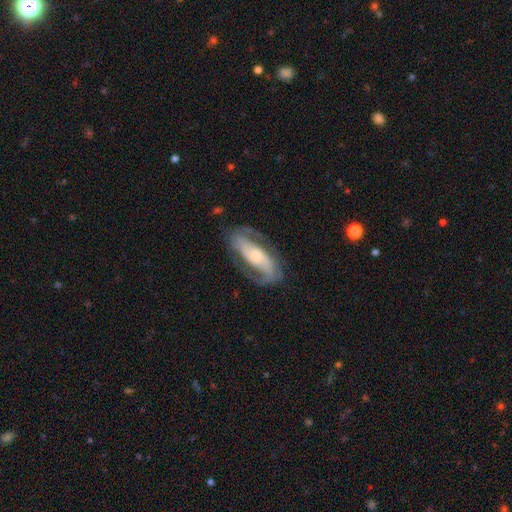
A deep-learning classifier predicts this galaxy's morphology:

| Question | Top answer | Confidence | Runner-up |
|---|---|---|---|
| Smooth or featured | featured or disk | 84% | smooth (11%) |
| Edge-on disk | no | 93% | yes (7%) |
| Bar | no | 41% | weak (31%) |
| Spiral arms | yes | 94% | no (6%) |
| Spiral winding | medium | 47% | tight (27%) |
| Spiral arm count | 2 | 89% | can't tell (5%) |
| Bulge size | small | 48% | moderate (40%) |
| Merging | none | 76% | minor disturbance (14%) |